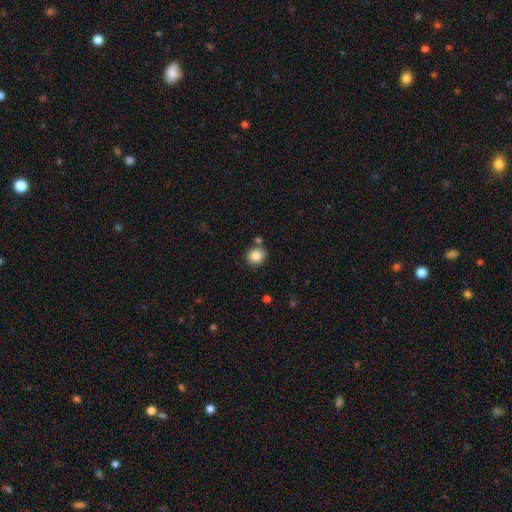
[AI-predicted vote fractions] This appears to be a smooth galaxy with no disk features (86%) that is round (77%). Merging: none (79%).